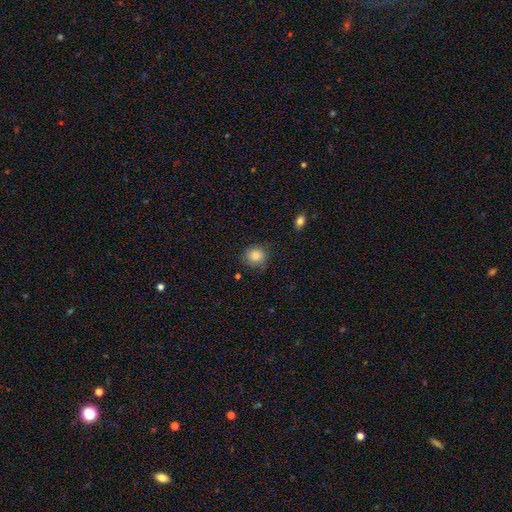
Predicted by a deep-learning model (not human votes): Overall: smooth (85%). How rounded: round (87%). Merging: none (80%).